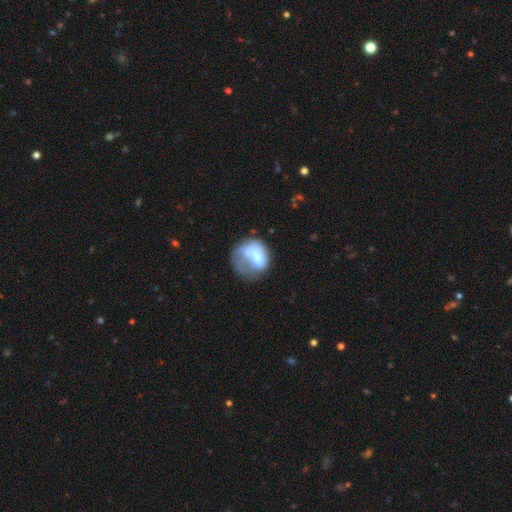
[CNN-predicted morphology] A smooth galaxy with no disk features (60%) that is round (64%). Merging: major disturbance (42%).